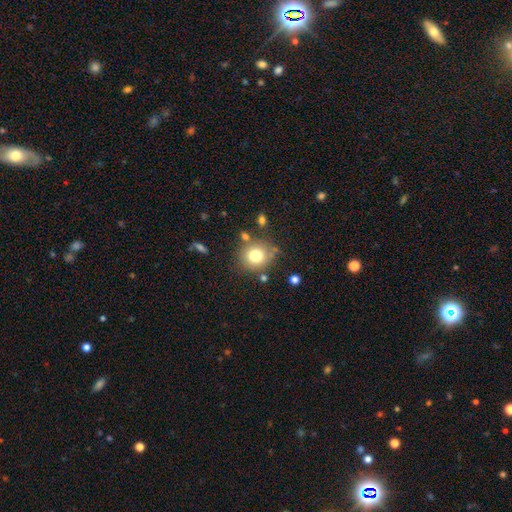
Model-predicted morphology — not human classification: Overall: smooth (77%). How rounded: round (84%). Merging: none (75%).